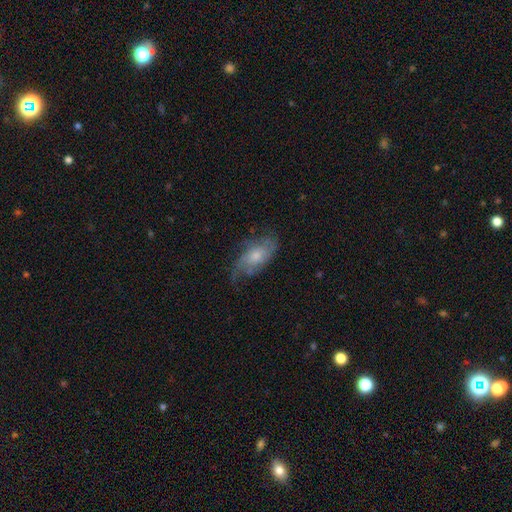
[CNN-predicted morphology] Smooth or featured?
  - featured or disk: 54% *
  - smooth: 39%
  - star or artifact: 7%
Edge-on disk?
  - no: 91% *
  - yes: 9%
Merging?
  - none: 55% *
  - minor disturbance: 28%
  - major disturbance: 16%
  - merger: 2%